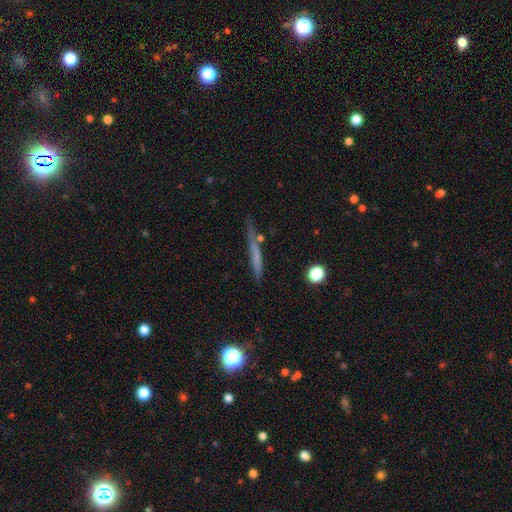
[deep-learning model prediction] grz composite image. It shows a smooth galaxy with no disk features (54%) that is cigar-shaped (93%). Merging: none (70%).